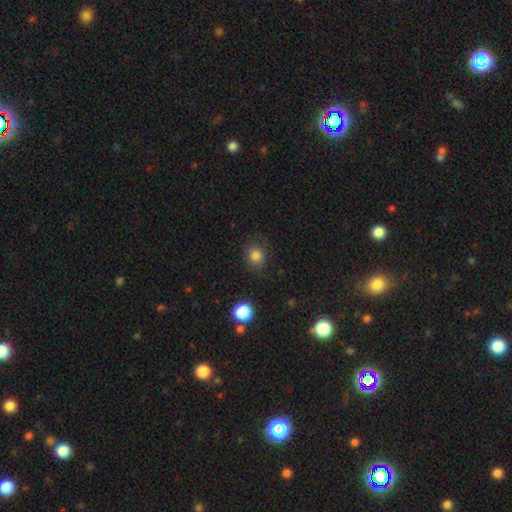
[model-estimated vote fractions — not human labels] A smooth galaxy with no disk features (82%) that is round (72%). Merging: none (77%).